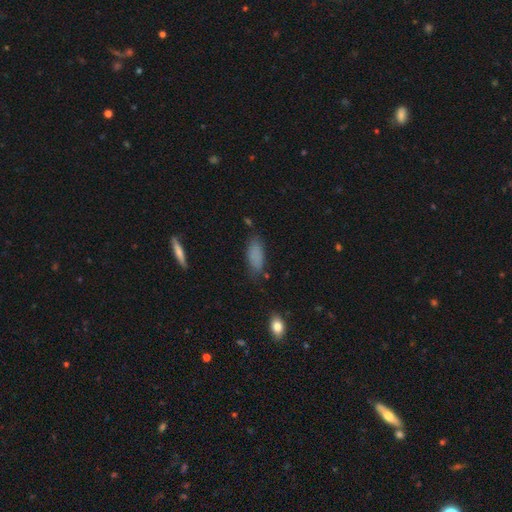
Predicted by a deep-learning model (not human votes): smooth-or-featured: smooth: 84% | star or artifact: 9% | featured or disk: 7%
  how-rounded: in between: 79% | cigar-shaped: 18% | round: 3%
  merging: none: 72% | minor disturbance: 21% | major disturbance: 5% | merger: 2%